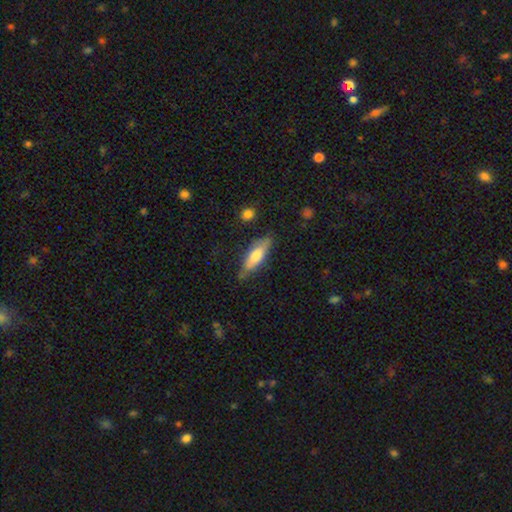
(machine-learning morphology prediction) Smooth or featured? smooth (62%)
How rounded? cigar-shaped (51%)
Merging? none (71%)